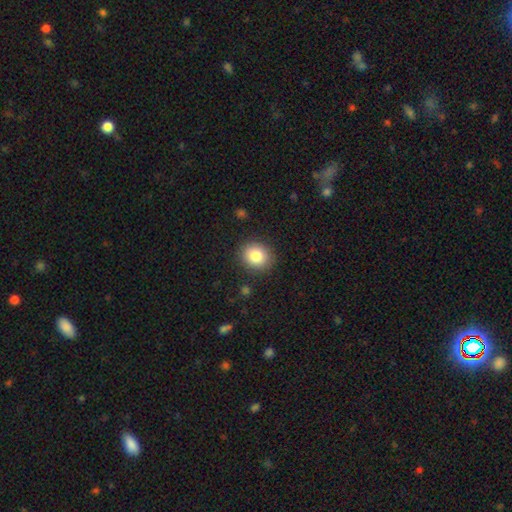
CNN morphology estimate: This is clearly a smooth galaxy (83%). How rounded: likely round (76%). Merging: clearly none (88%).